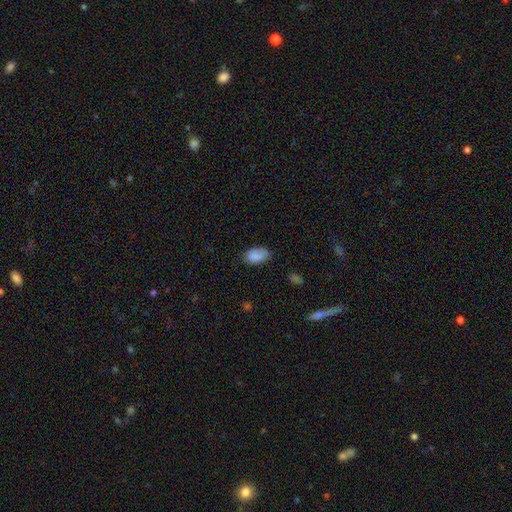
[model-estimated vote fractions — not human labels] smooth-or-featured: smooth: 87% | star or artifact: 8% | featured or disk: 5%
  how-rounded: in between: 92% | round: 6% | cigar-shaped: 2%
  merging: none: 73% | minor disturbance: 22% | major disturbance: 4% | merger: 1%